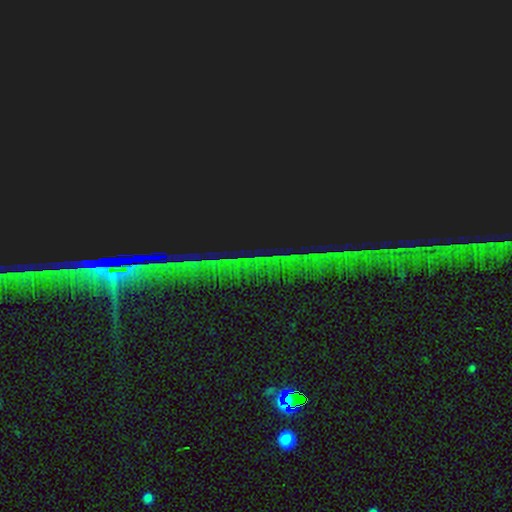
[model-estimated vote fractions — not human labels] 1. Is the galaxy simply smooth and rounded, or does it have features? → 86% star or artifact, 8% featured or disk, 7% smooth.